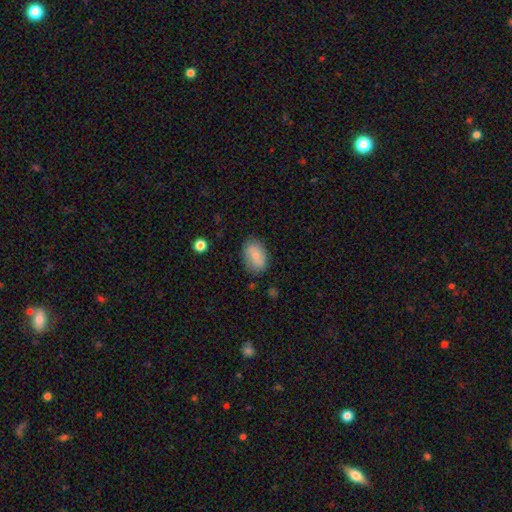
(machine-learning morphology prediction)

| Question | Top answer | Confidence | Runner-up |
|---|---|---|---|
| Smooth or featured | smooth | 77% | featured or disk (16%) |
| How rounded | in between | 88% | round (10%) |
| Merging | none | 79% | minor disturbance (16%) |